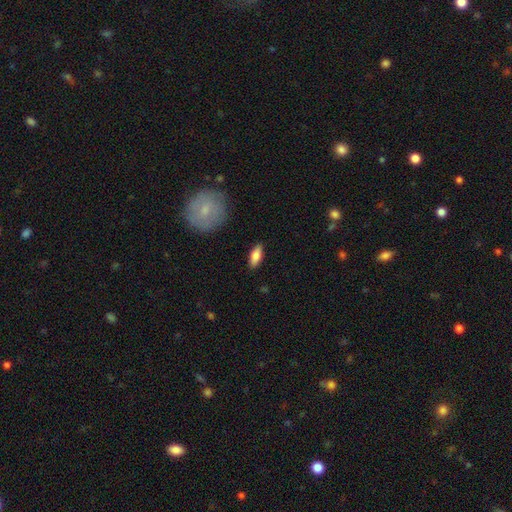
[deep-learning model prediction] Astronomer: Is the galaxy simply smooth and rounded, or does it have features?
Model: smooth — 79%.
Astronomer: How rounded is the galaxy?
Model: in between — 75%.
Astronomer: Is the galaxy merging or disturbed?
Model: none — 88%.